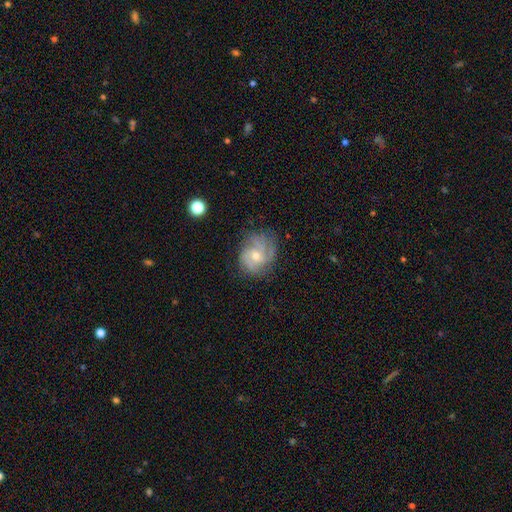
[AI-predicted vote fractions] Smooth or featured?
  - featured or disk: 72% *
  - smooth: 20%
  - star or artifact: 8%
Edge-on disk?
  - no: 98% *
  - yes: 2%
Bar?
  - no: 72% *
  - weak: 24%
  - strong: 3%
Spiral arms?
  - yes: 90% *
  - no: 10%
Spiral winding?
  - tight: 48% *
  - medium: 39%
  - loose: 14%
Spiral arm count?
  - can't tell: 33% *
  - 3: 27%
  - 2: 15%
  - 4: 14%
  - more than 4: 6%
  - 1: 6%
Bulge size?
  - small: 49% *
  - moderate: 47%
  - large: 2%
  - none: 1%
  - dominant: 1%
Merging?
  - none: 67% *
  - minor disturbance: 21%
  - major disturbance: 10%
  - merger: 1%